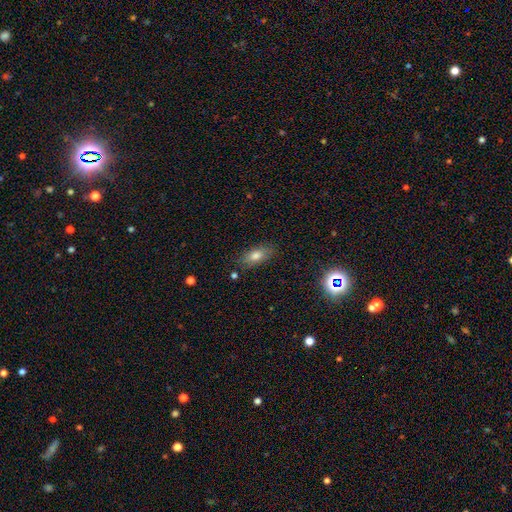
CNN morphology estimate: A smooth galaxy with no disk features (75%) that is in between round and cigar-shaped (80%).

Vote fractions:
- Smooth or featured? smooth: 75% / featured or disk: 14% / star or artifact: 11%
- How rounded? in between: 80% / cigar-shaped: 15% / round: 5%
- Merging? none: 84% / minor disturbance: 12% / major disturbance: 3% / merger: 2%